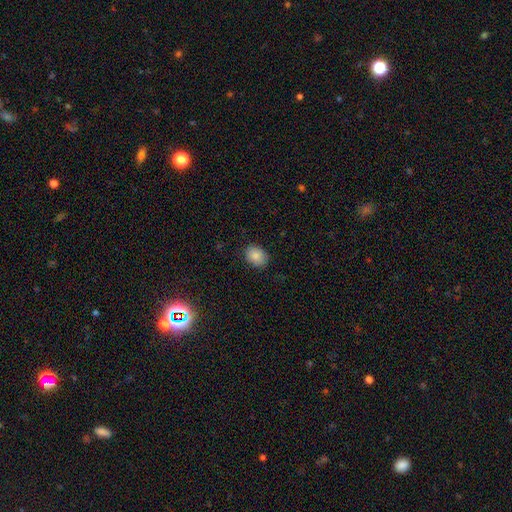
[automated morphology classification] This is clearly a smooth galaxy (86%). How rounded: likely in between (63%). Merging: clearly none (86%).